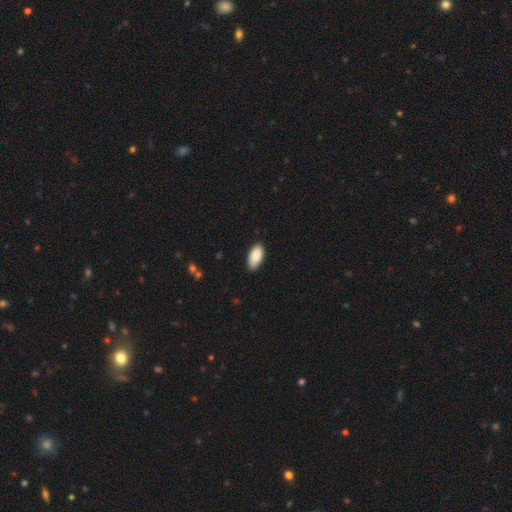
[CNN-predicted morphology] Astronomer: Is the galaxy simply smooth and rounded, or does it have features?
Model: smooth — 89%.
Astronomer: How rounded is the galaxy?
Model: in between — 94%.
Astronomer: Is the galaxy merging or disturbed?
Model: none — 84%.